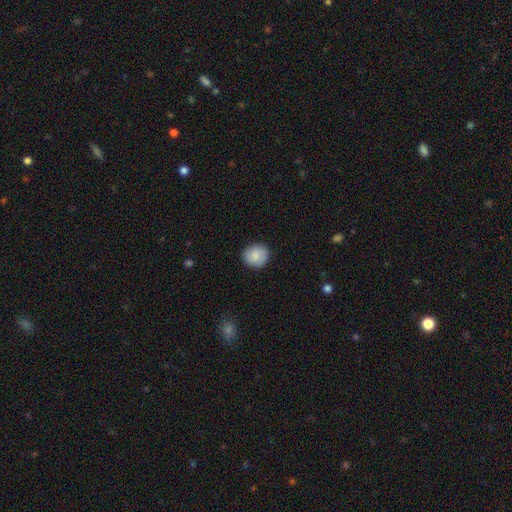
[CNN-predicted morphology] This appears to be a smooth galaxy with no disk features (86%) that is round (78%). Merging: none (88%).